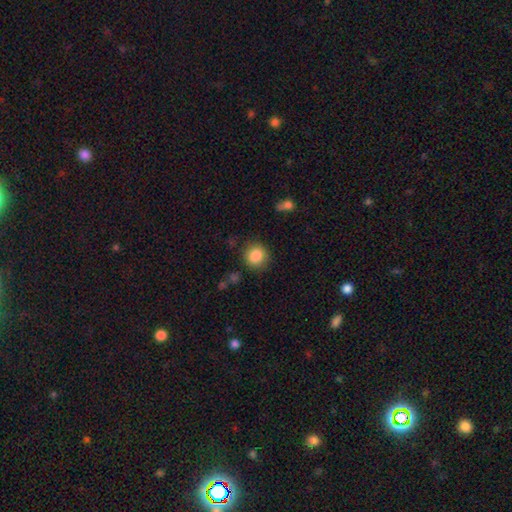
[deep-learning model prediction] Morphology: type=smooth (85%); roundness=round (89%); merging=none (86%).